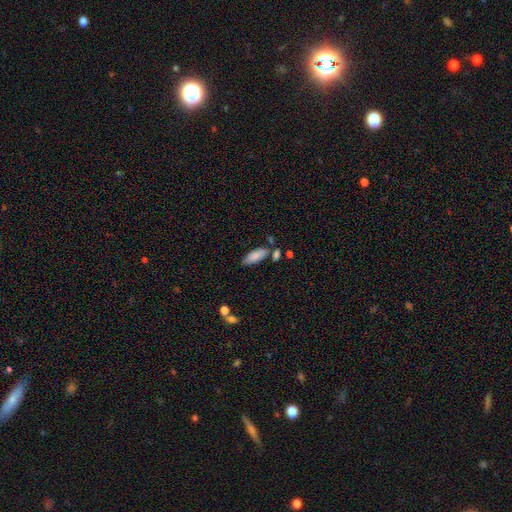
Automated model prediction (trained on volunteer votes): Morphology: type=smooth (84%); roundness=in between (74%); merging=none (68%).